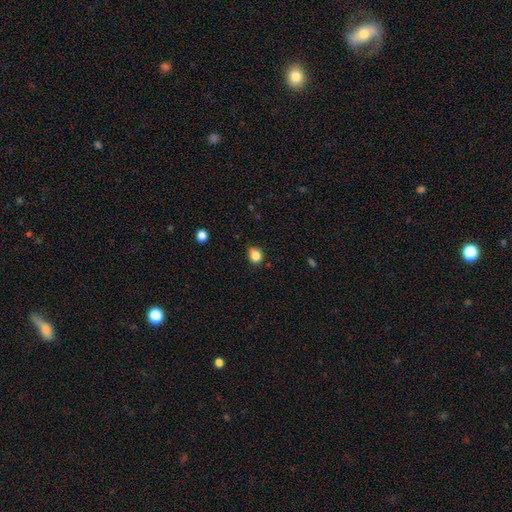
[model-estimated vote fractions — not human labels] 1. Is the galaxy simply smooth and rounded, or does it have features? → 84% smooth, 11% star or artifact, 5% featured or disk.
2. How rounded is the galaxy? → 61% round, 38% in between, 1% cigar-shaped.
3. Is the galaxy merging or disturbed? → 75% none, 20% minor disturbance, 3% major disturbance, 2% merger.